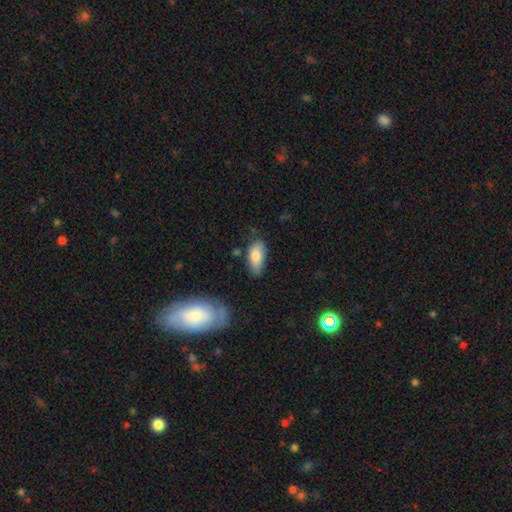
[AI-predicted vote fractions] A smooth galaxy with no disk features (81%) that is in between round and cigar-shaped (88%).

Vote fractions:
- Smooth or featured? smooth: 81% / featured or disk: 12% / star or artifact: 7%
- How rounded? in between: 88% / cigar-shaped: 9% / round: 3%
- Merging? none: 64% / minor disturbance: 27% / major disturbance: 6% / merger: 4%